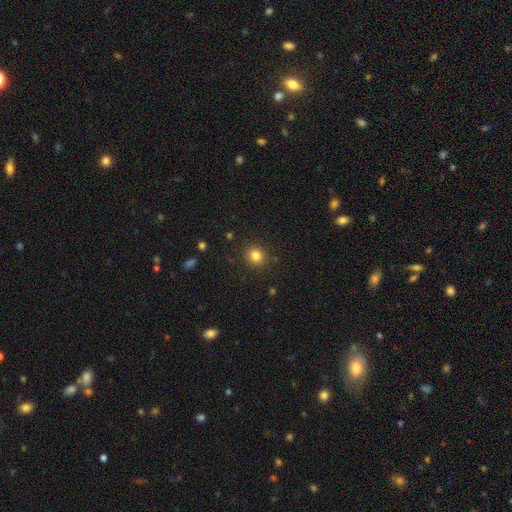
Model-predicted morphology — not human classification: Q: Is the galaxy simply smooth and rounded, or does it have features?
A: smooth — 82%.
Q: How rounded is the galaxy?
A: round — 84%.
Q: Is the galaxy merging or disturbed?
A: none — 88%.